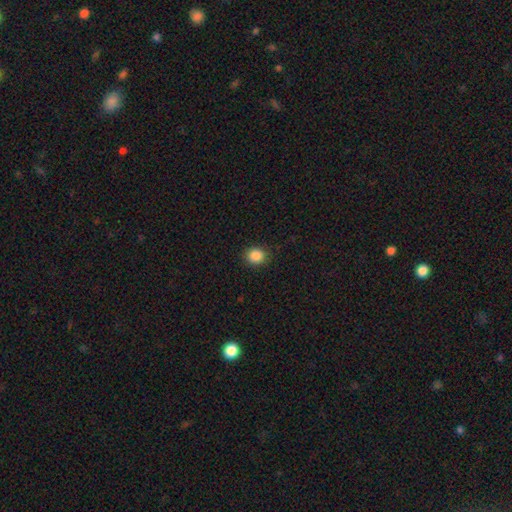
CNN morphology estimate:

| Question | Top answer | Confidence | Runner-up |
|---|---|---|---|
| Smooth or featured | smooth | 86% | star or artifact (10%) |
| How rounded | round | 79% | in between (20%) |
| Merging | none | 90% | minor disturbance (7%) |